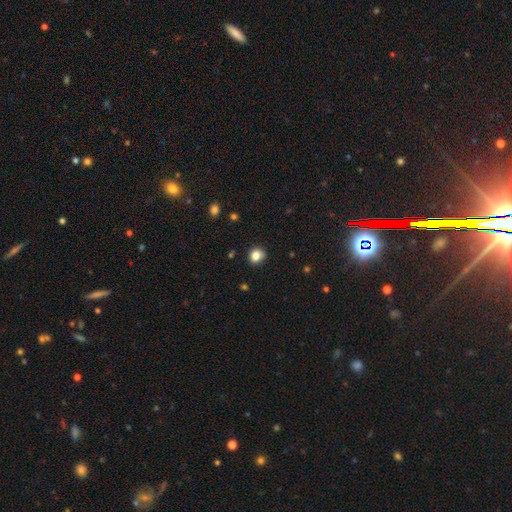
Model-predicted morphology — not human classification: A smooth galaxy with no disk features (83%) that is round (73%).

Vote fractions:
- Smooth or featured? smooth: 83% / star or artifact: 11% / featured or disk: 6%
- How rounded? round: 73% / in between: 26% / cigar-shaped: 1%
- Merging? none: 84% / minor disturbance: 12% / major disturbance: 2% / merger: 2%